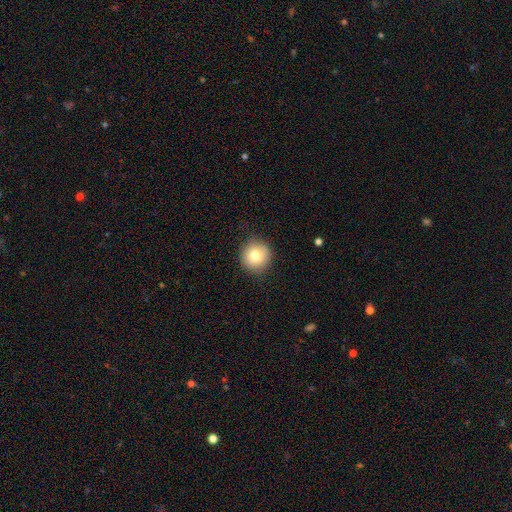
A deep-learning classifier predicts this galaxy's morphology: The model was most divided on "smooth or featured": smooth: 77%, featured or disk: 13%, star or artifact: 10%. More confident: how rounded — round (93%); merging — none (88%).